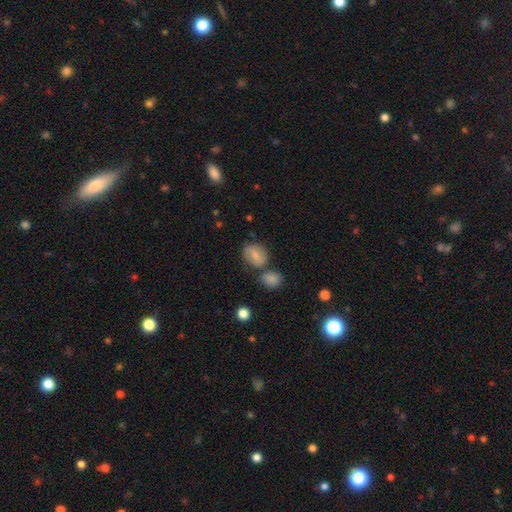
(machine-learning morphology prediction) A smooth galaxy with no disk features (73%) that is round (50%). Merging: none (58%).